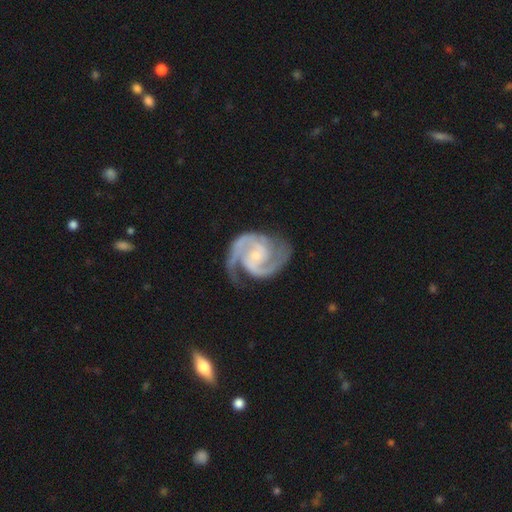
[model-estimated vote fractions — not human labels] This appears to be a featured or disk galaxy (94%) with no bar (55%), 2 (92%) medium (57%) spiral arms (99%) and a small central bulge (70%). Merging: none (74%).